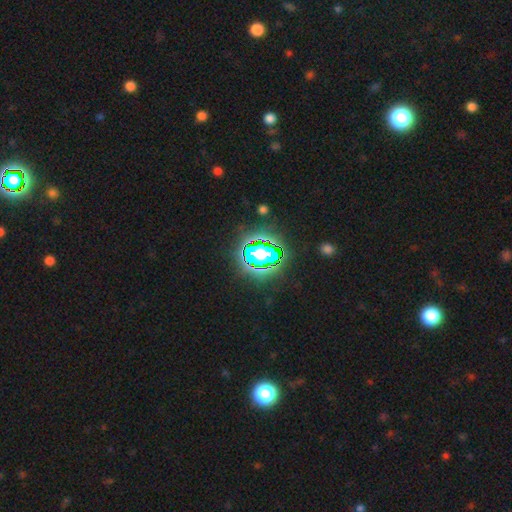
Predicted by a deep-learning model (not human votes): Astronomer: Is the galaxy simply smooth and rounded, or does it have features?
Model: star or artifact — 71%.